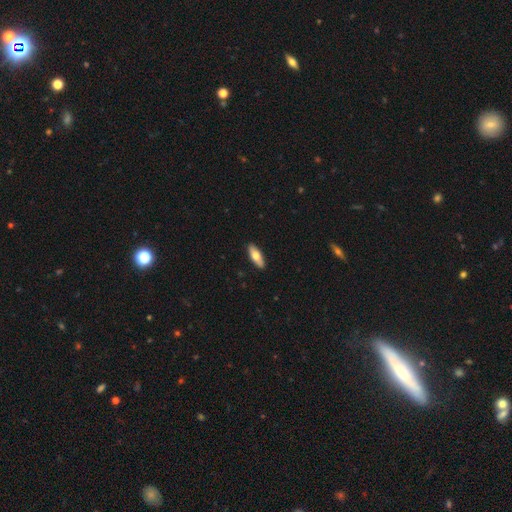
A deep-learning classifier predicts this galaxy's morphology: smooth 64%, featured or disk 31%, star or artifact 5%. Down the decision tree: how rounded — in between (60%); merging — none (90%).